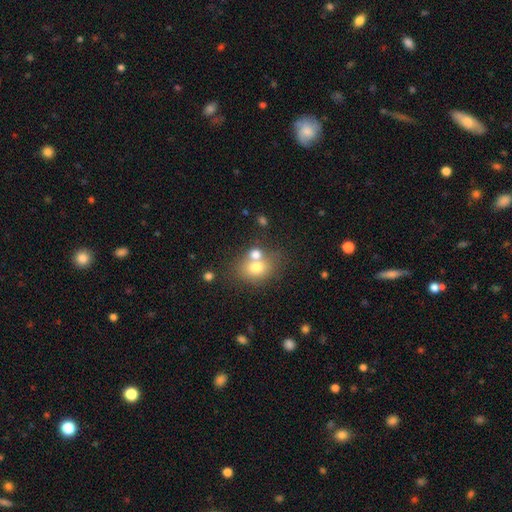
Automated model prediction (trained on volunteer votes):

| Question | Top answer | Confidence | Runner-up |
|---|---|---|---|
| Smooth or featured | smooth | 63% | star or artifact (21%) |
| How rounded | round | 66% | in between (32%) |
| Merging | none | 51% | merger (36%) |